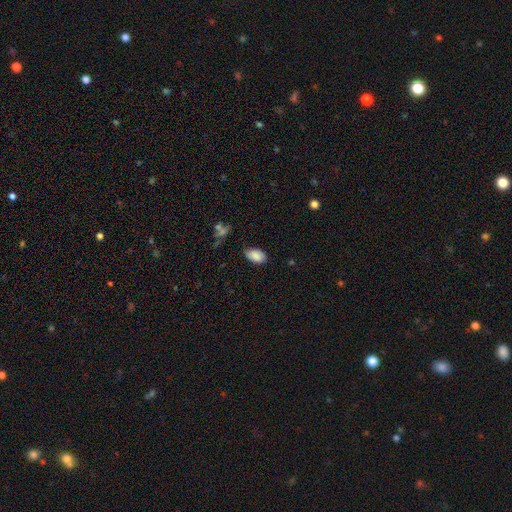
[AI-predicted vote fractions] smooth_or_featured: smooth (p=0.87) [alt: star or artifact p=0.08]
how_rounded: in between (p=0.93) [alt: round p=0.05]
merging: none (p=0.75) [alt: minor disturbance p=0.19]